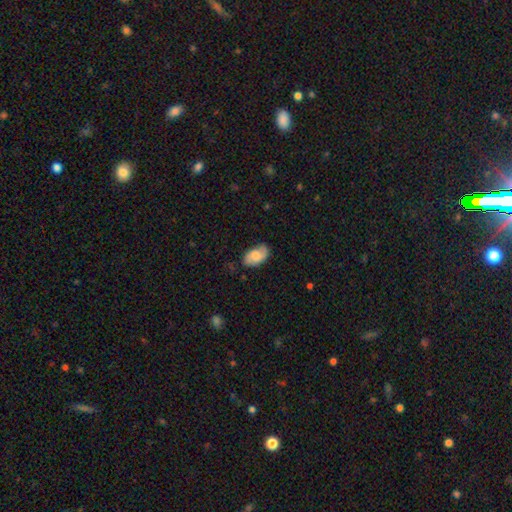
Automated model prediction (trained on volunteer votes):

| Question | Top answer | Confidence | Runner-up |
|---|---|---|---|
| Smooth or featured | smooth | 58% | featured or disk (35%) |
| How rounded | in between | 93% | round (5%) |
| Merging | none | 75% | minor disturbance (20%) |